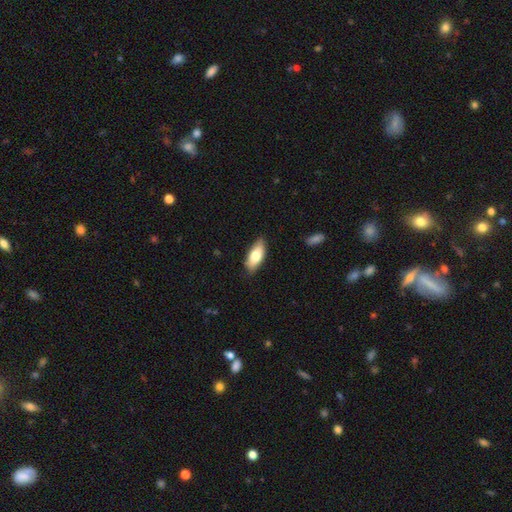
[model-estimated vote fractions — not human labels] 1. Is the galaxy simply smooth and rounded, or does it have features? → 75% smooth, 19% featured or disk, 6% star or artifact.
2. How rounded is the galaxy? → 82% in between, 16% cigar-shaped, 2% round.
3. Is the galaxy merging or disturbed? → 84% none, 13% minor disturbance, 2% major disturbance, 1% merger.